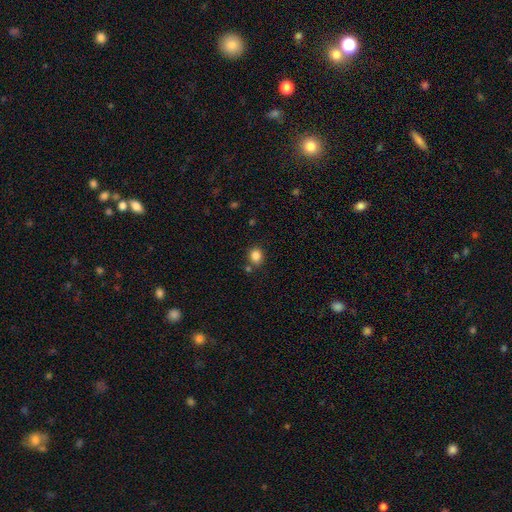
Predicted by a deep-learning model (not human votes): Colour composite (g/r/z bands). It shows a smooth galaxy with no disk features (85%) that is round (71%). Merging: none (78%).